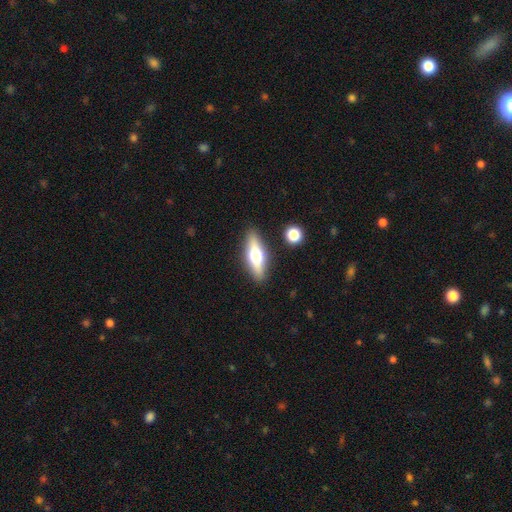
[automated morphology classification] This appears to be a smooth galaxy with no disk features (47%). Merging: none (87%).